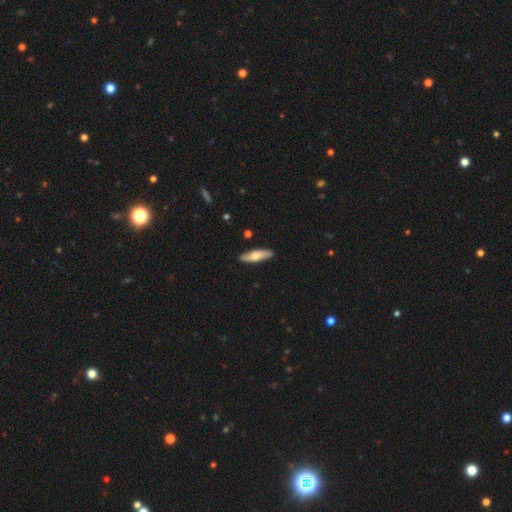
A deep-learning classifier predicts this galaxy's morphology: The model was most divided on "smooth or featured": smooth: 60%, featured or disk: 34%, star or artifact: 5%. More confident: merging — none (89%); how rounded — cigar-shaped (63%).